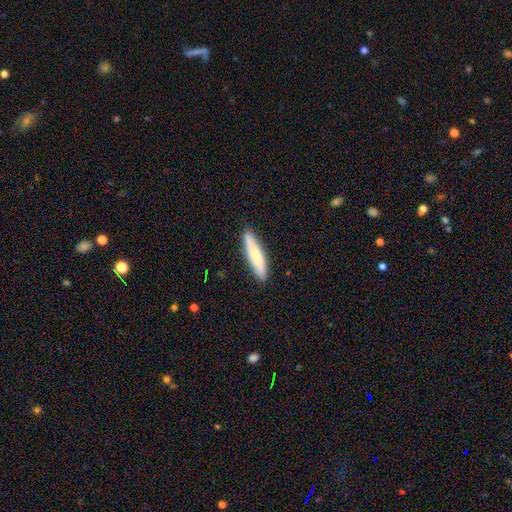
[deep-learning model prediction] A smooth galaxy with no disk features (63%) that is cigar-shaped (82%).

Vote fractions:
- Smooth or featured? smooth: 63% / featured or disk: 31% / star or artifact: 6%
- How rounded? cigar-shaped: 82% / in between: 16% / round: 2%
- Merging? none: 88% / minor disturbance: 10% / major disturbance: 2% / merger: 1%